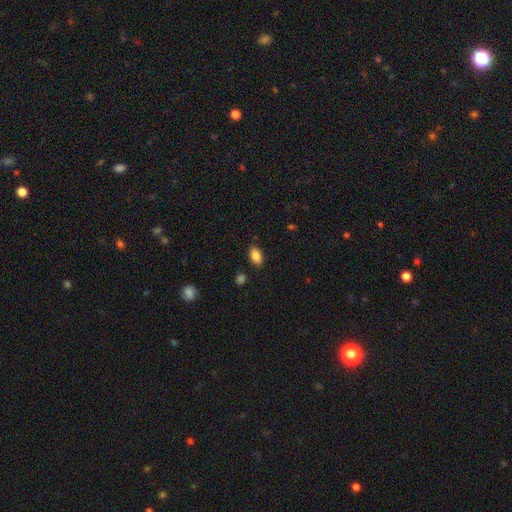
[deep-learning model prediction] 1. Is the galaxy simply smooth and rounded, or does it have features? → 87% smooth, 8% star or artifact, 5% featured or disk.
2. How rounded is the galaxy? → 91% in between, 6% round, 3% cigar-shaped.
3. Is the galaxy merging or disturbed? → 86% none, 10% minor disturbance, 2% major disturbance, 2% merger.